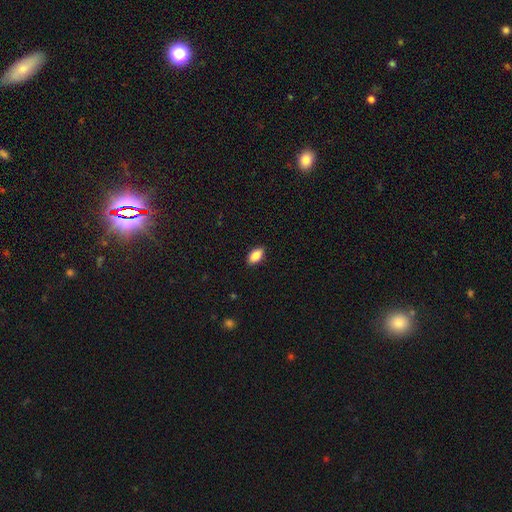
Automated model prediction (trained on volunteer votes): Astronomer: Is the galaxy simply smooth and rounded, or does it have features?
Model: smooth — 87%.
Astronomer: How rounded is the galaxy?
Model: in between — 92%.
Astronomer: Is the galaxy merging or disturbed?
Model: none — 88%.